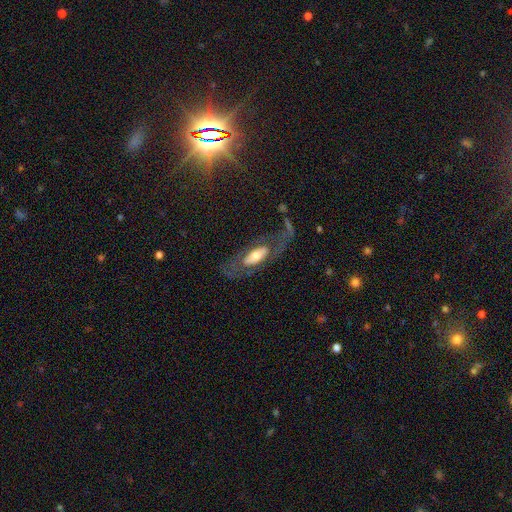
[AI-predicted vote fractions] smooth_or_featured: featured or disk (p=0.54) [alt: smooth p=0.39]
disk_edge_on: no (p=0.79) [alt: yes p=0.21]
merging: none (p=0.50) [alt: major disturbance p=0.30]